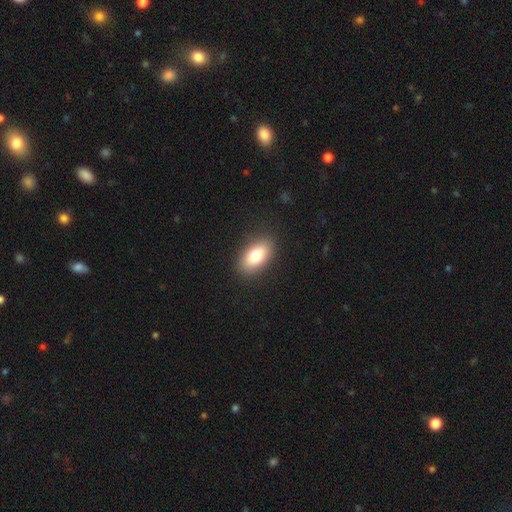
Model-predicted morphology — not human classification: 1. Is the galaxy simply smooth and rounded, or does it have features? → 79% smooth, 14% featured or disk, 8% star or artifact.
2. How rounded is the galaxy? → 91% in between, 6% round, 4% cigar-shaped.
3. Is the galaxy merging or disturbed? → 88% none, 8% minor disturbance, 3% major disturbance, 1% merger.